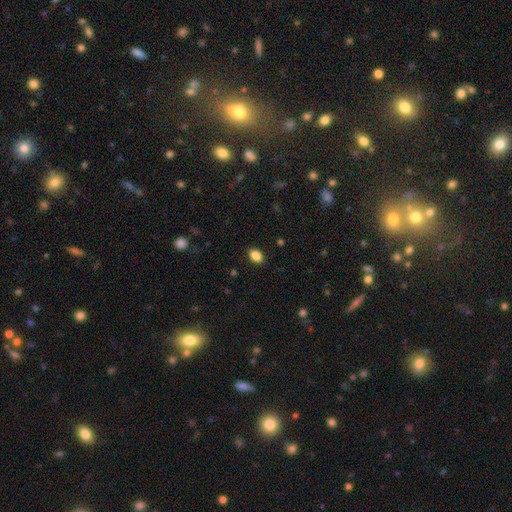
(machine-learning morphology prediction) Smooth or featured?
  - smooth: 87% *
  - star or artifact: 9%
  - featured or disk: 4%
How rounded?
  - in between: 80% *
  - round: 19%
  - cigar-shaped: 1%
Merging?
  - none: 89% *
  - minor disturbance: 8%
  - major disturbance: 2%
  - merger: 1%